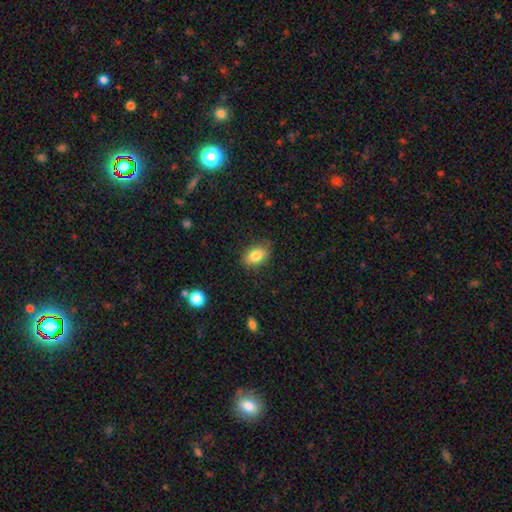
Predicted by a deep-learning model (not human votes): smooth 83%, featured or disk 9%, star or artifact 8%. Down the decision tree: how rounded — in between (87%); merging — none (84%).